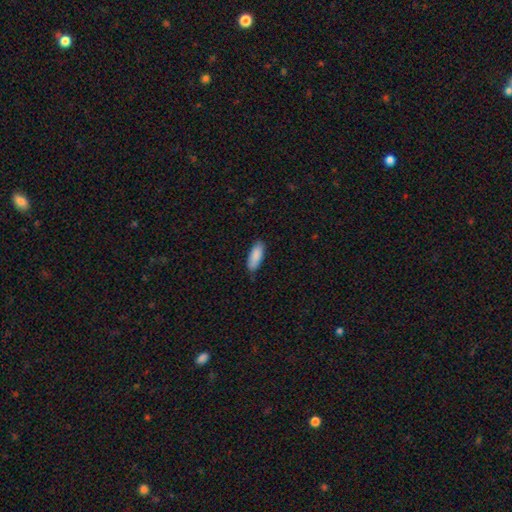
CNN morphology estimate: This appears to be a smooth galaxy with no disk features (89%) that is in between round and cigar-shaped (73%). Merging: none (81%).